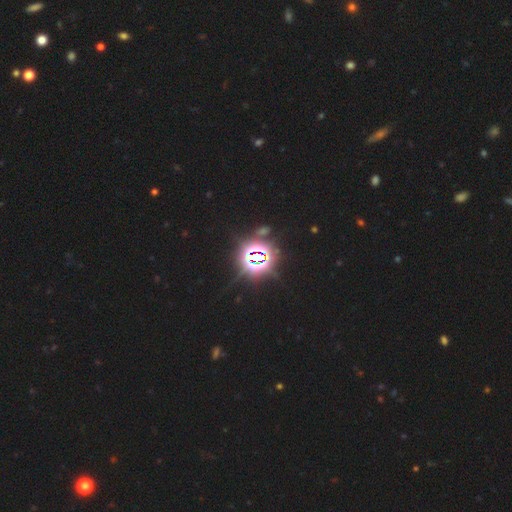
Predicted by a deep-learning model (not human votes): This appears to be a star or artifact, not a galaxy (87%).